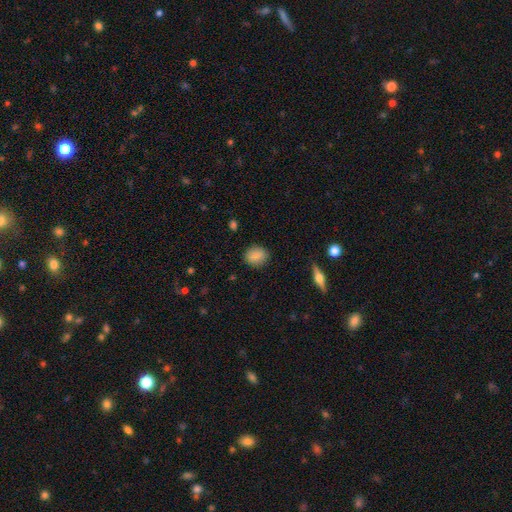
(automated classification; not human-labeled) smooth-or-featured: smooth: 86% | star or artifact: 8% | featured or disk: 6%
  how-rounded: round: 58% | in between: 40% | cigar-shaped: 2%
  merging: none: 86% | minor disturbance: 10% | major disturbance: 3% | merger: 1%